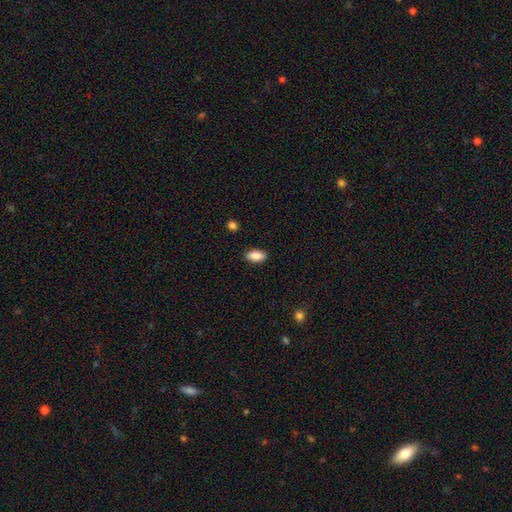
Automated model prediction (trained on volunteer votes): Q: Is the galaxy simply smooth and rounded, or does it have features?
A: smooth — 87%.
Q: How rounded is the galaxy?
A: in between — 91%.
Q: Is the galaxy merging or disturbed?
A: none — 89%.